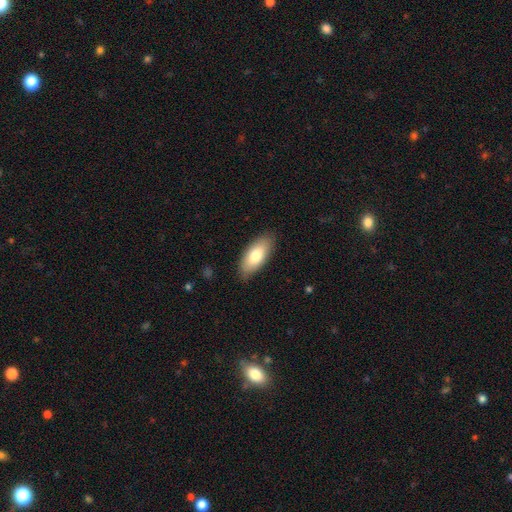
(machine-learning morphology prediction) Overall: smooth (77%). How rounded: in between (86%). Merging: none (84%).